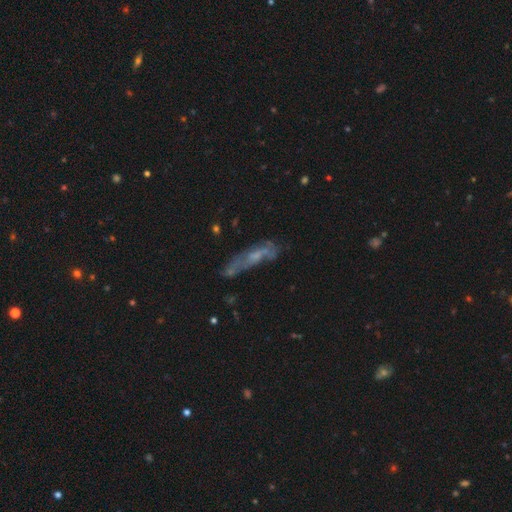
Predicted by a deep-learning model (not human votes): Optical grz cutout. It shows a featured or disk galaxy (52%). Merging: none (50%).